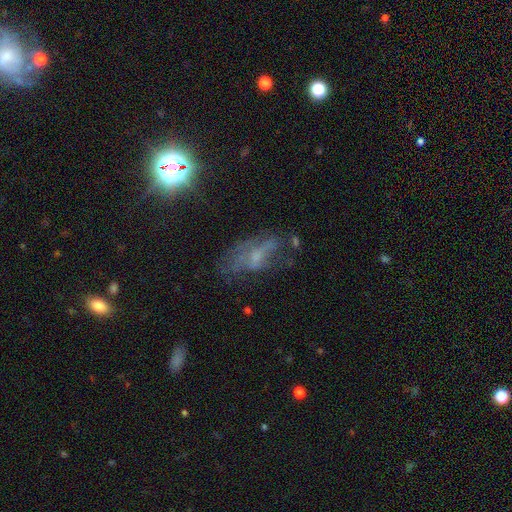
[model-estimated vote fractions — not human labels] Q: Smooth or featured?
A: featured or disk (47%); runner-up: smooth (28%)
Q: Merging?
A: none (44%); runner-up: major disturbance (28%)